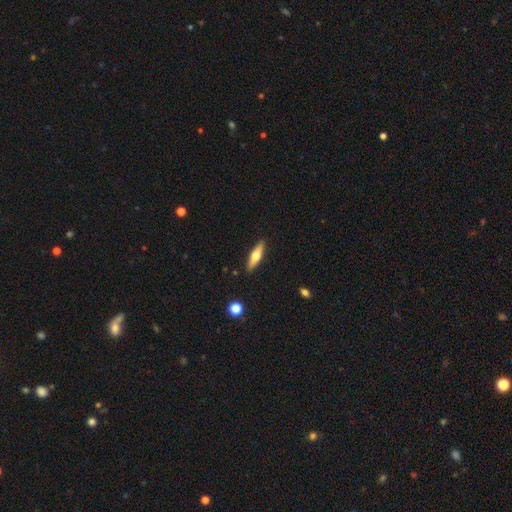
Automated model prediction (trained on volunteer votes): Q: Smooth or featured?
A: featured or disk (50%); runner-up: smooth (44%)
Q: Merging?
A: none (90%); runner-up: minor disturbance (7%)